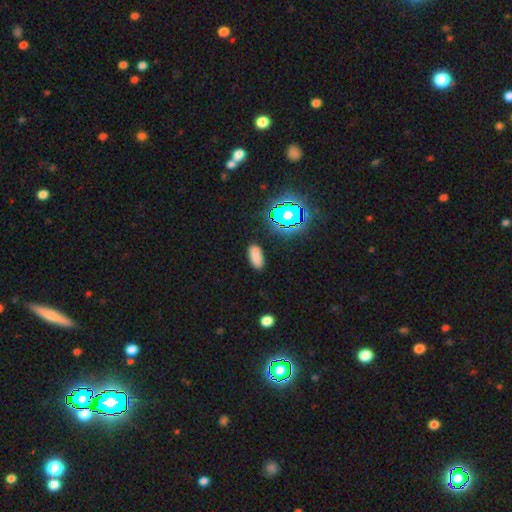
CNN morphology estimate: Smooth or featured?
  - smooth: 78% *
  - star or artifact: 15%
  - featured or disk: 6%
How rounded?
  - in between: 86% *
  - cigar-shaped: 11%
  - round: 3%
Merging?
  - none: 86% *
  - minor disturbance: 9%
  - major disturbance: 3%
  - merger: 2%